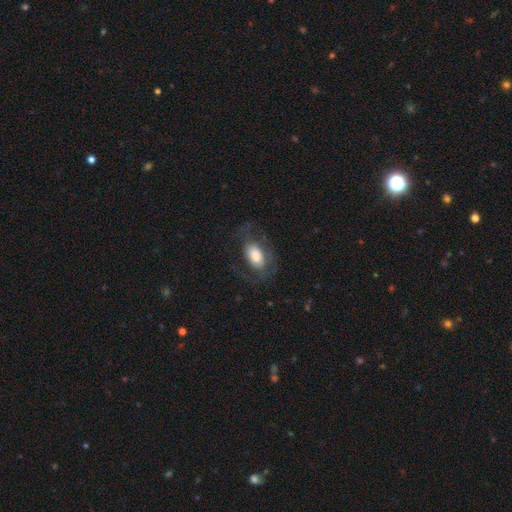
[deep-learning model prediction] Smooth or featured: smooth — 55% (featured or disk — 38%)
How rounded: in between — 88% (round — 10%)
Merging: none — 56% (major disturbance — 24%)